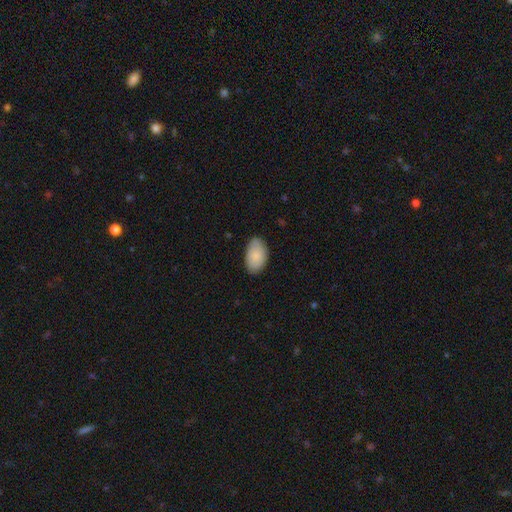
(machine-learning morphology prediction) The model was most divided on "merging": none: 80%, minor disturbance: 16%, major disturbance: 3%, merger: 1%. More confident: how rounded — in between (93%); smooth or featured — smooth (87%).